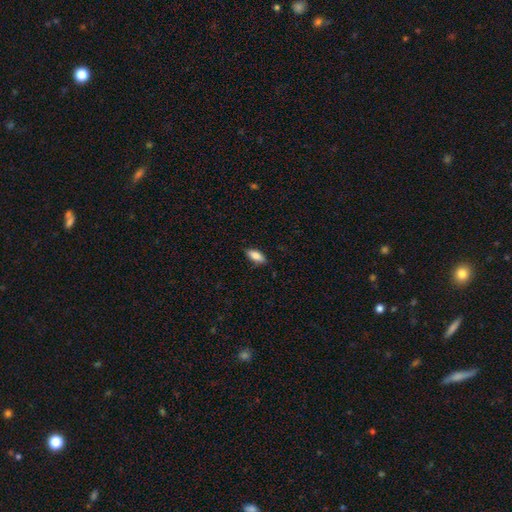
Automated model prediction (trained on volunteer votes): Smooth or featured? smooth (81%)
How rounded? in between (82%)
Merging? none (86%)